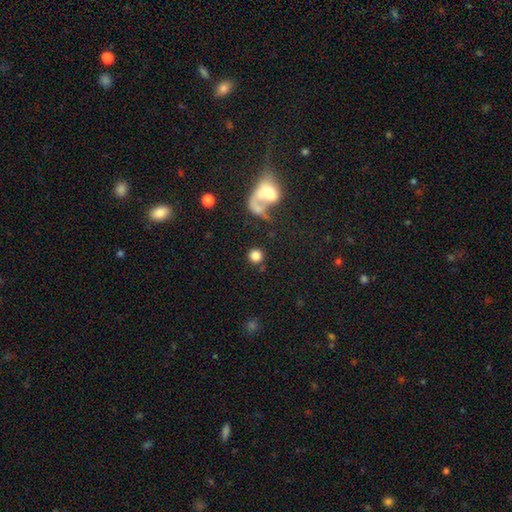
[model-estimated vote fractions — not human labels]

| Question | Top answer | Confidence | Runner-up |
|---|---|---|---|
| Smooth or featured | smooth | 82% | star or artifact (10%) |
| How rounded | round | 91% | in between (7%) |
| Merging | none | 75% | merger (11%) |